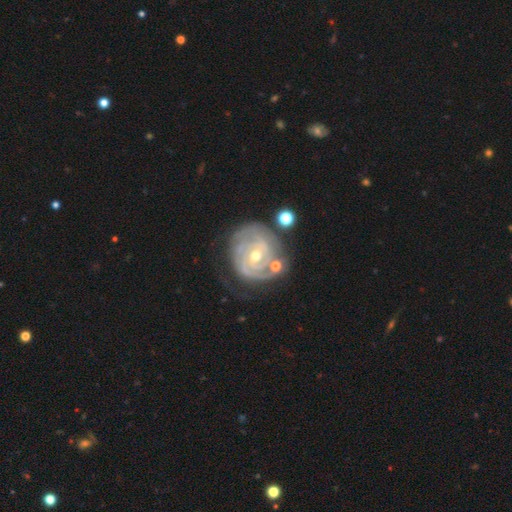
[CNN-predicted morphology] This is clearly a featured or disk galaxy (88%). It is clearly not viewed edge-on (97%). Bar: likely no (62%). Spiral arm pattern: clearly yes (96%). Spiral arm count: marginally 2 (28%). Spiral winding: clearly tight (80%). Central bulge: possibly moderate (49%). Merging: likely none (65%).